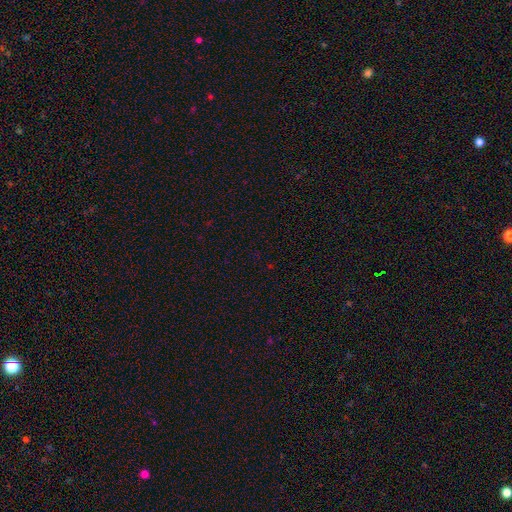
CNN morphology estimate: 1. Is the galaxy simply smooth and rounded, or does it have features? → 69% star or artifact, 24% smooth, 7% featured or disk.